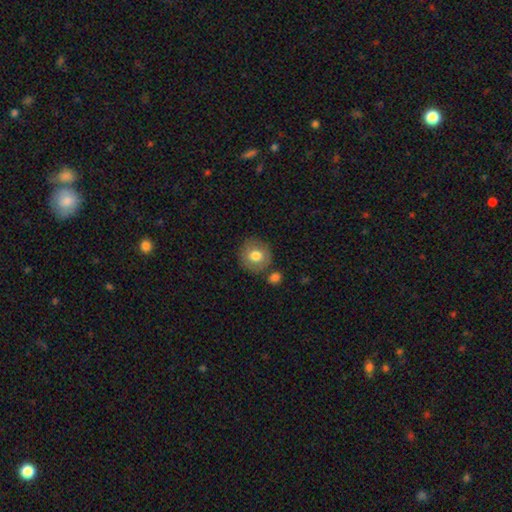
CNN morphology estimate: The model was most divided on "smooth or featured": smooth: 76%, featured or disk: 16%, star or artifact: 8%. More confident: how rounded — round (90%); merging — none (80%).